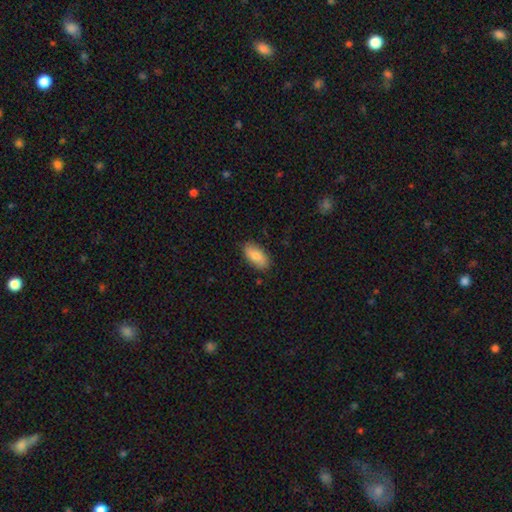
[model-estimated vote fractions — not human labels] Smooth or featured? Predicted: smooth (p=0.83). How rounded? Predicted: in between (p=0.92). Merging? Predicted: none (p=0.85).